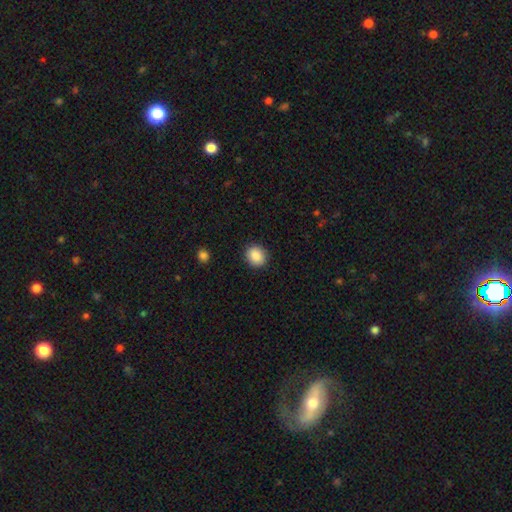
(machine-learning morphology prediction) type=smooth (89%); roundness=round (71%); merging=none (90%).